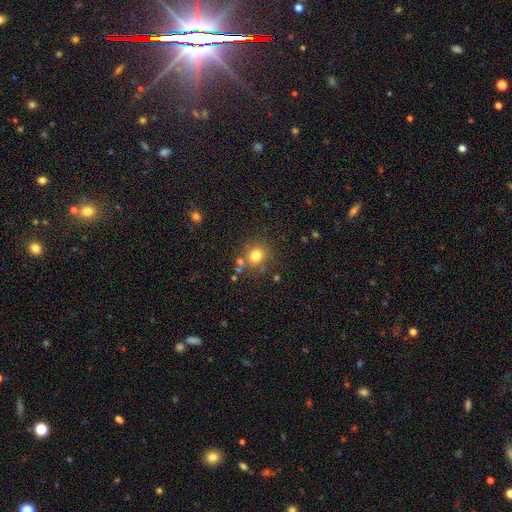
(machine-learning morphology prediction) type=smooth (78%); roundness=round (86%); merging=none (76%).